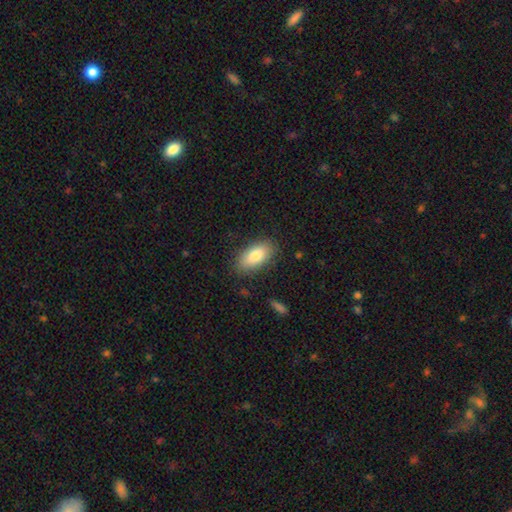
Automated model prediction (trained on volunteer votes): A smooth galaxy with no disk features (81%) that is in between round and cigar-shaped (91%).

Vote fractions:
- Smooth or featured? smooth: 81% / featured or disk: 12% / star or artifact: 7%
- How rounded? in between: 91% / cigar-shaped: 6% / round: 3%
- Merging? none: 84% / minor disturbance: 12% / major disturbance: 3% / merger: 1%